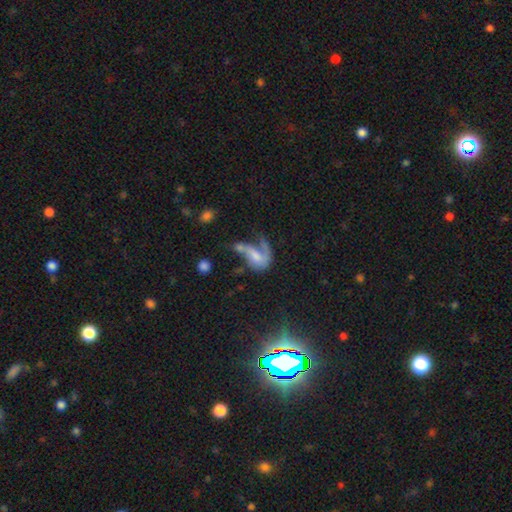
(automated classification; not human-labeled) Smooth or featured: featured or disk — 54% (smooth — 35%)
Edge-on disk: no — 96% (yes — 4%)
Bar: no — 57% (weak — 31%)
Spiral arms: yes — 62% (no — 38%)
Bulge size: moderate — 35% (small — 31%)
Merging: major disturbance — 40% (merger — 30%)